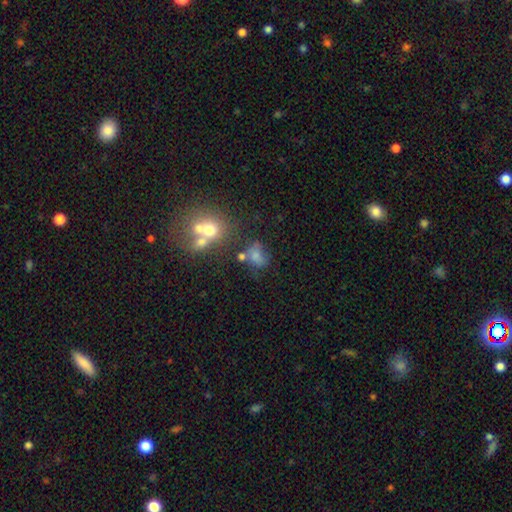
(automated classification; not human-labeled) This appears to be a smooth galaxy with no disk features (63%) that is in between round and cigar-shaped (54%). Merging: none (37%).